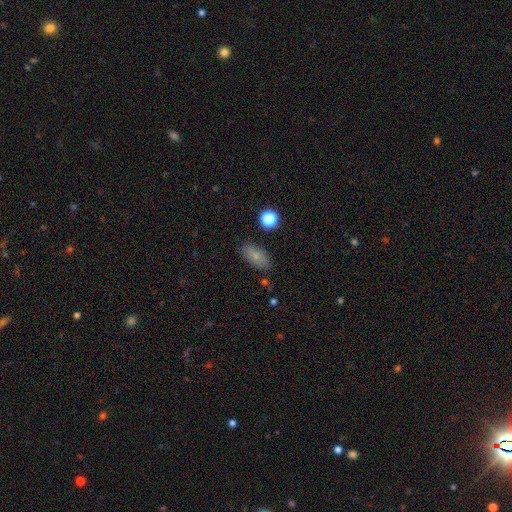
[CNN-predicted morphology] Smooth or featured: smooth — 79% (featured or disk — 12%)
How rounded: in between — 87% (cigar-shaped — 7%)
Merging: none — 83% (minor disturbance — 11%)